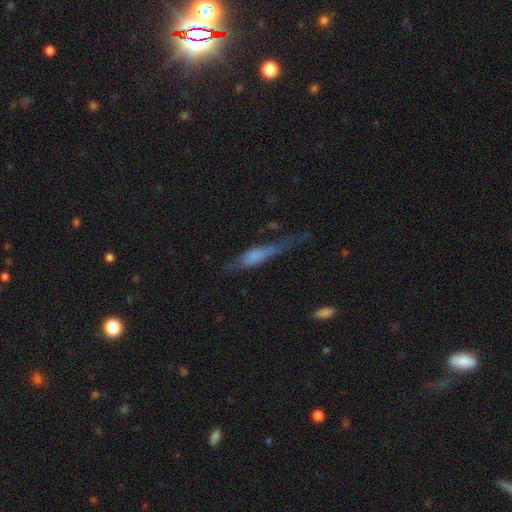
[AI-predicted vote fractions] smooth_or_featured: smooth (p=0.51) [alt: featured or disk p=0.40]
how_rounded: cigar-shaped (p=0.74) [alt: in between p=0.23]
merging: none (p=0.41) [alt: minor disturbance p=0.30]